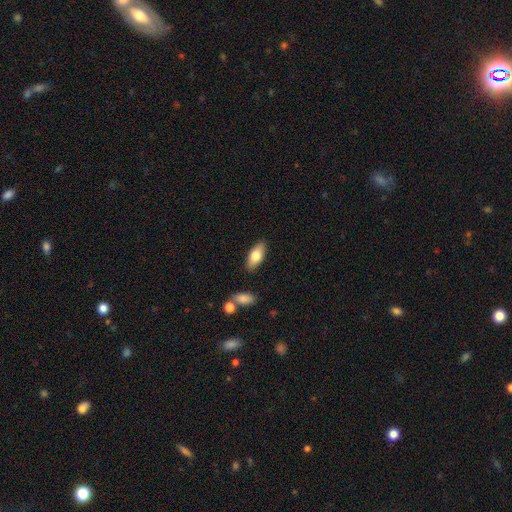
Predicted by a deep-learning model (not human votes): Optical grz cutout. It shows a smooth galaxy with no disk features (75%) that is in between round and cigar-shaped (84%). Merging: none (85%).